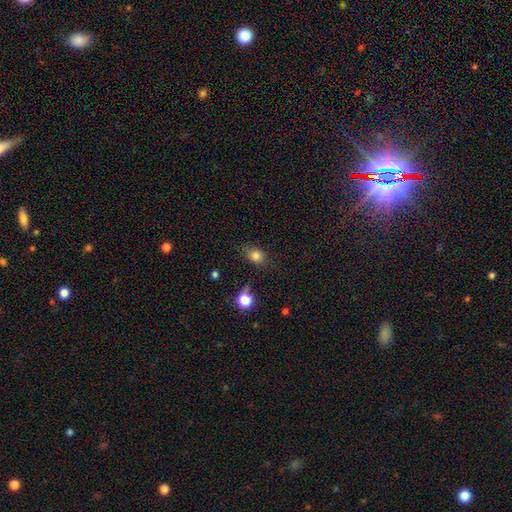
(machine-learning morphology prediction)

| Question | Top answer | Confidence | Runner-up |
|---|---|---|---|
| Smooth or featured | smooth | 80% | star or artifact (13%) |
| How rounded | in between | 59% | round (40%) |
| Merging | none | 73% | minor disturbance (19%) |